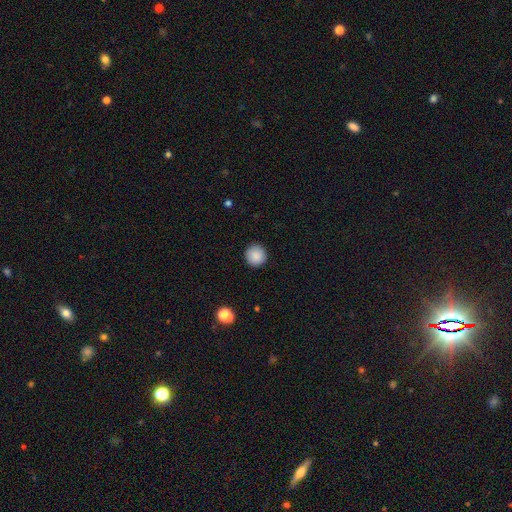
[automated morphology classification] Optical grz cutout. It shows a smooth galaxy with no disk features (88%) that is round (95%). Merging: none (91%).